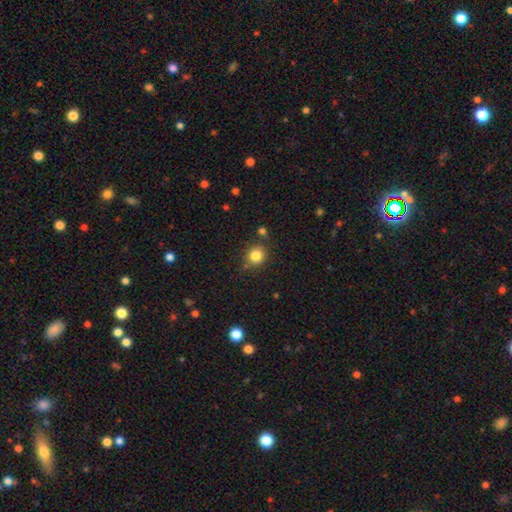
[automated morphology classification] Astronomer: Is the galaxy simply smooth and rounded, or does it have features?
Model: smooth — 83%.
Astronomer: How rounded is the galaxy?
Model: round — 79%.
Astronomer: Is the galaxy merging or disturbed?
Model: none — 76%.